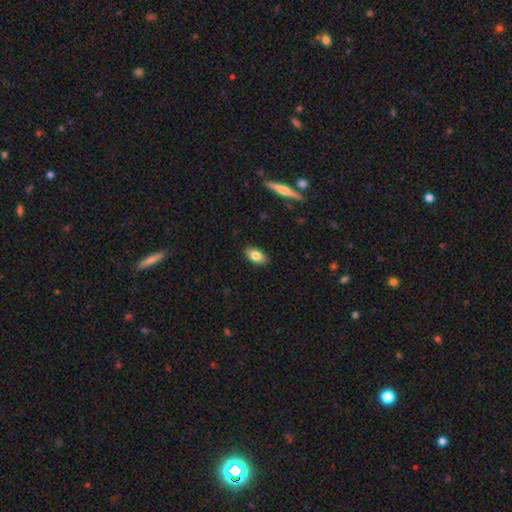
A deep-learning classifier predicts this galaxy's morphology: smooth 80%, featured or disk 12%, star or artifact 7%. Down the decision tree: how rounded — in between (91%); merging — none (88%).